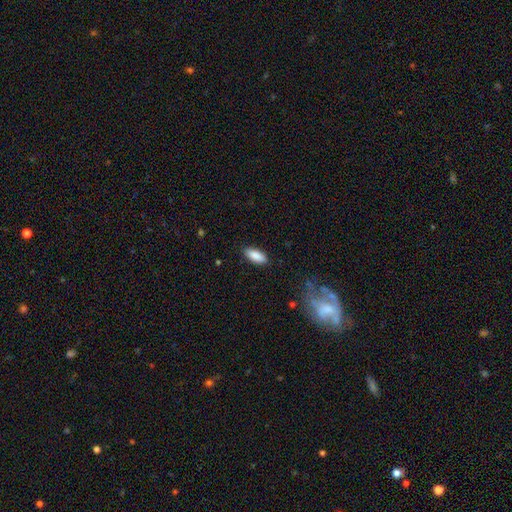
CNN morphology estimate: This appears to be a smooth galaxy with no disk features (87%) that is in between round and cigar-shaped (78%). Merging: none (87%).